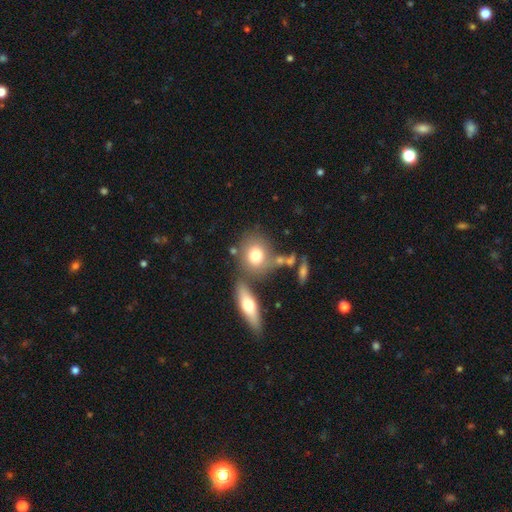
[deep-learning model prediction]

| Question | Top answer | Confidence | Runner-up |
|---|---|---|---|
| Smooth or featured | smooth | 73% | featured or disk (18%) |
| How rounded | round | 65% | in between (33%) |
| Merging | none | 56% | merger (25%) |